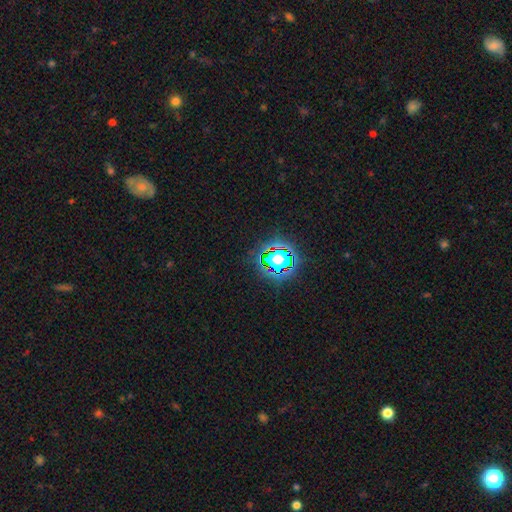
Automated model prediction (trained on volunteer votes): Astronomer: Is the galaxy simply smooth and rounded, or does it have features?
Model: star or artifact — 78%.